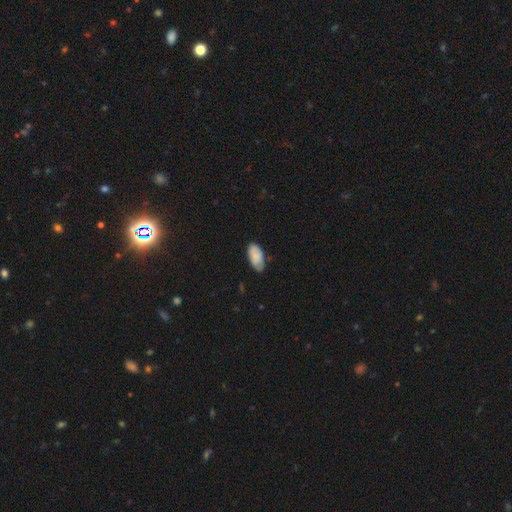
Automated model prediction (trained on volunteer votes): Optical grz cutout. It shows a smooth galaxy with no disk features (79%) that is in between round and cigar-shaped (95%). Merging: none (69%).